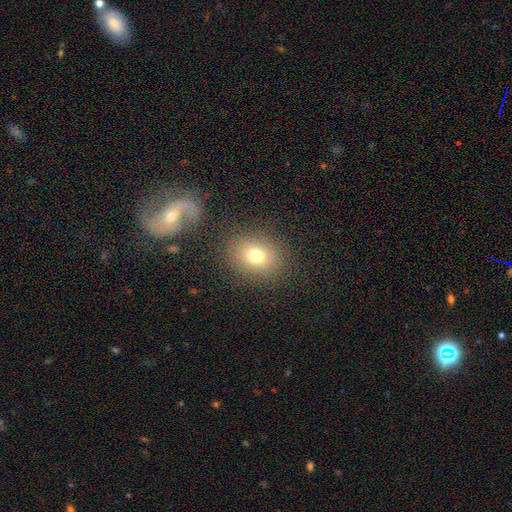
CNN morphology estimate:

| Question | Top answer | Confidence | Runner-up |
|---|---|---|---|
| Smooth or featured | smooth | 75% | star or artifact (13%) |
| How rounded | in between | 52% | round (47%) |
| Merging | none | 83% | minor disturbance (10%) |